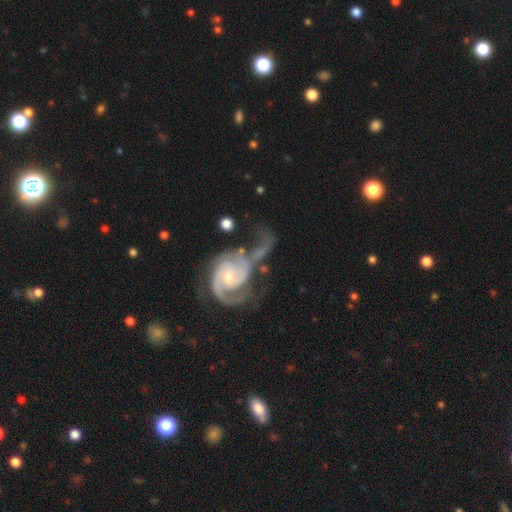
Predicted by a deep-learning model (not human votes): Smooth or featured? featured or disk (87%)
Edge-on disk? no (97%)
Bar? no (56%)
Spiral arms? yes (97%)
Spiral winding? tight (52%)
Spiral arm count? 2 (53%)
Bulge size? small (61%)
Merging? none (38%)